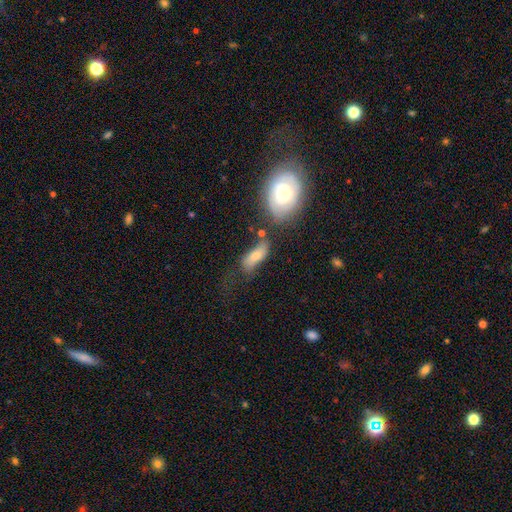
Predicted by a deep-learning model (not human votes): Smooth or featured: smooth — 70% (featured or disk — 20%)
How rounded: in between — 74% (cigar-shaped — 21%)
Merging: none — 44% (minor disturbance — 22%)